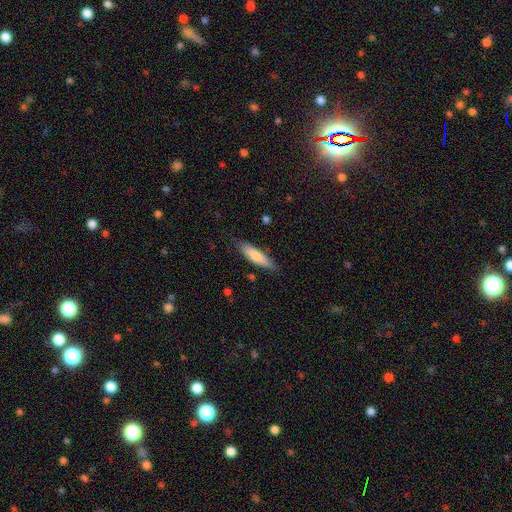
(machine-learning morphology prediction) smooth 76%, featured or disk 18%, star or artifact 6%. Down the decision tree: how rounded — cigar-shaped (66%); merging — none (80%).